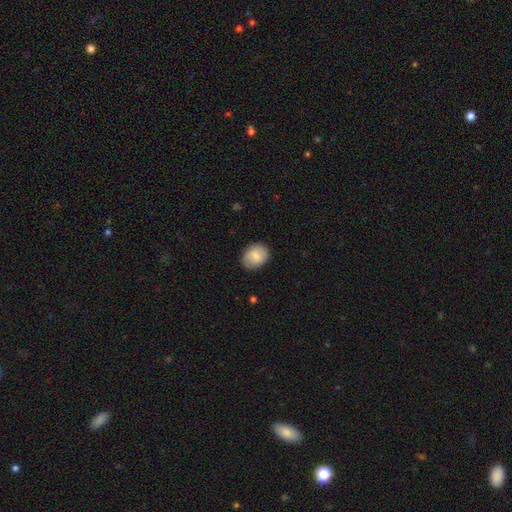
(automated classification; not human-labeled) smooth_or_featured: smooth (p=0.82) [alt: featured or disk p=0.11]
how_rounded: in between (p=0.51) [alt: round p=0.48]
merging: none (p=0.82) [alt: minor disturbance p=0.13]